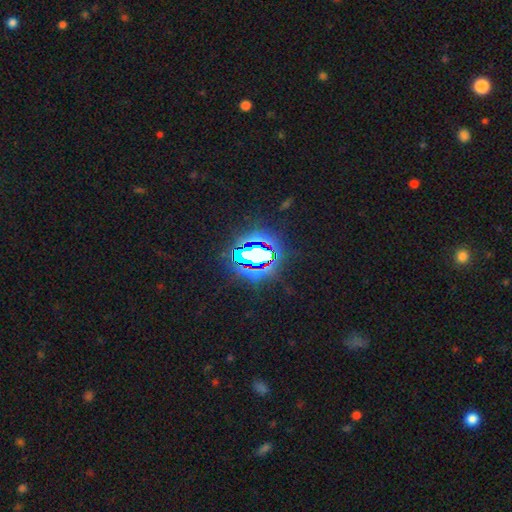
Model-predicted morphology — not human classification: Smooth or featured: star or artifact — 69% (smooth — 18%)